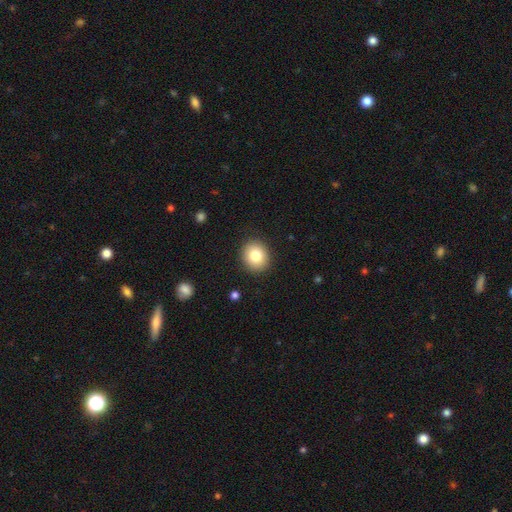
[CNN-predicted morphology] Smooth or featured: smooth — 80% (featured or disk — 10%)
How rounded: round — 73% (in between — 26%)
Merging: none — 90% (minor disturbance — 7%)